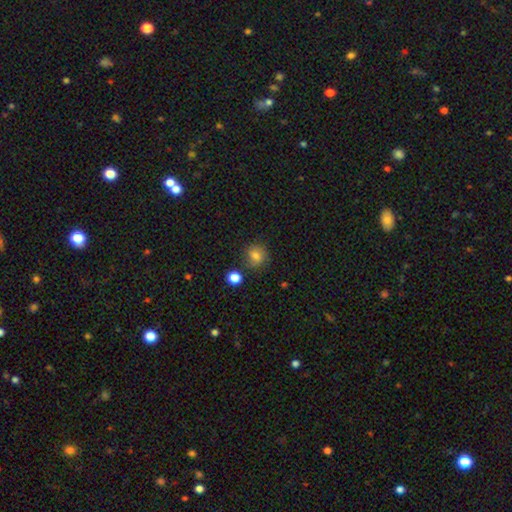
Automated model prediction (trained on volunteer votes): Smooth or featured? smooth (80%)
How rounded? round (80%)
Merging? none (76%)